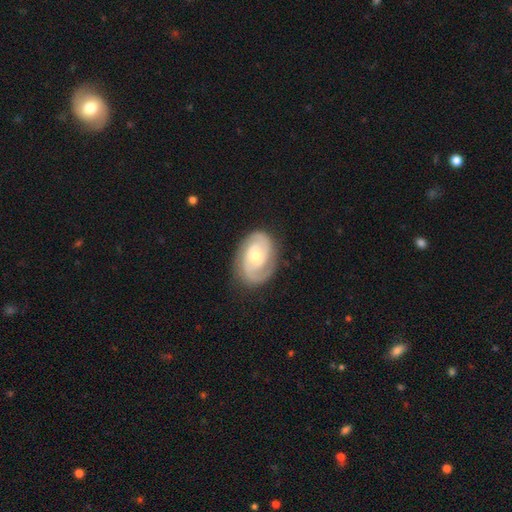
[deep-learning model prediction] Smooth or featured? Predicted: featured or disk (p=0.86). Edge-on disk? Predicted: no (p=0.97). Bar? Predicted: no (p=0.59). Spiral arms? Predicted: yes (p=0.96). Spiral winding? Predicted: tight (p=0.55). Spiral arm count? Predicted: 2 (p=0.86). Bulge size? Predicted: moderate (p=0.53). Merging? Predicted: none (p=0.82).